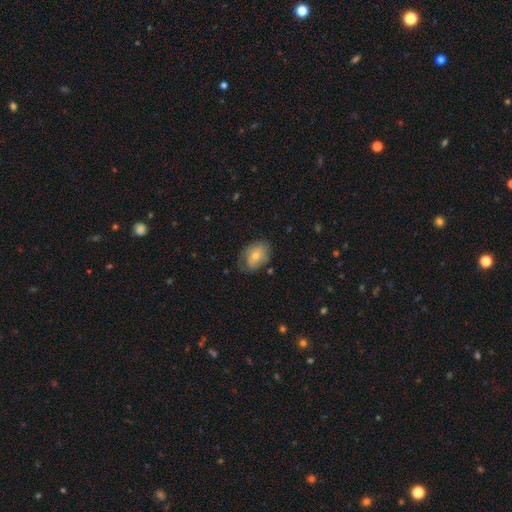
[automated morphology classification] This is likely a smooth galaxy (64%). How rounded: likely in between (69%). Merging: possibly none (58%).